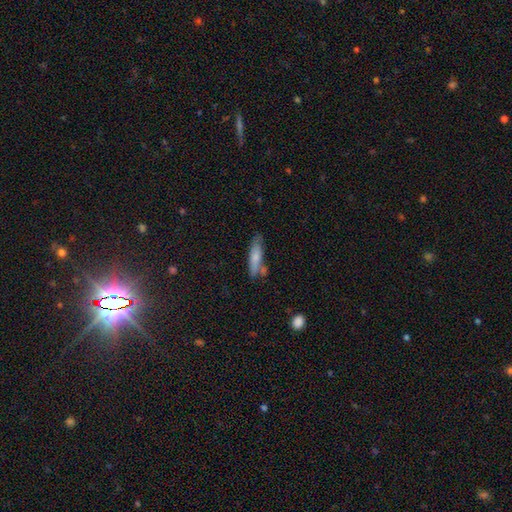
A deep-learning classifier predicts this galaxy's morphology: type=smooth (67%); roundness=cigar-shaped (72%); merging=none (68%).